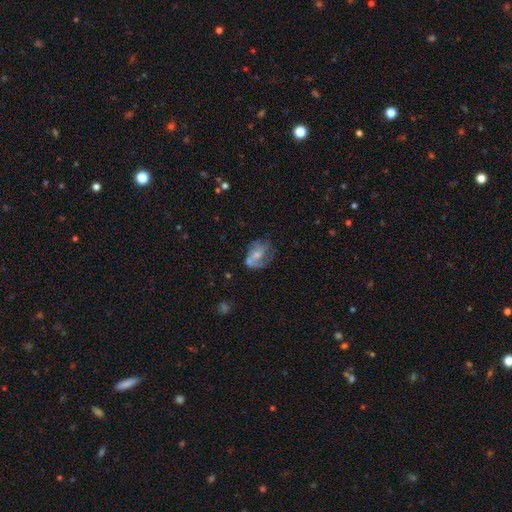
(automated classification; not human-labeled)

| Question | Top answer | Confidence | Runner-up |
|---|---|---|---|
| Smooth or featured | featured or disk | 52% | smooth (40%) |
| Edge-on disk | no | 97% | yes (3%) |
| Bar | no | 71% | weak (24%) |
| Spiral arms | yes | 56% | no (44%) |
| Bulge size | small | 47% | moderate (38%) |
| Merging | none | 39% | minor disturbance (24%) |